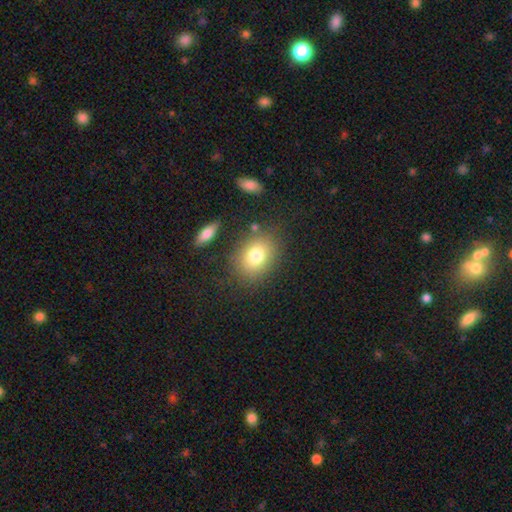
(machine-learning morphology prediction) This appears to be a smooth galaxy with no disk features (78%) that is in between round and cigar-shaped (58%). Merging: none (80%).